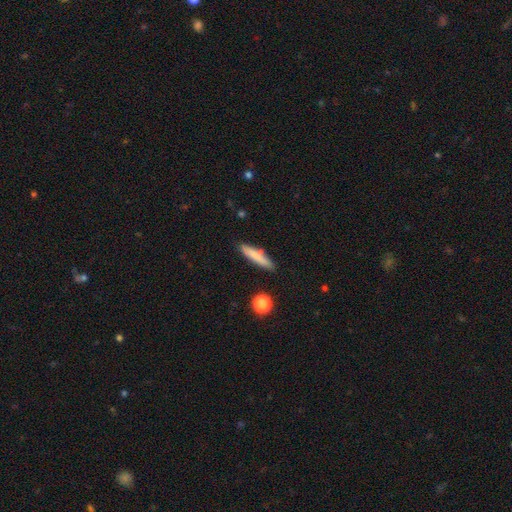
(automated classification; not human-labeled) A smooth galaxy with no disk features (76%) that is cigar-shaped (87%). Merging: none (81%).